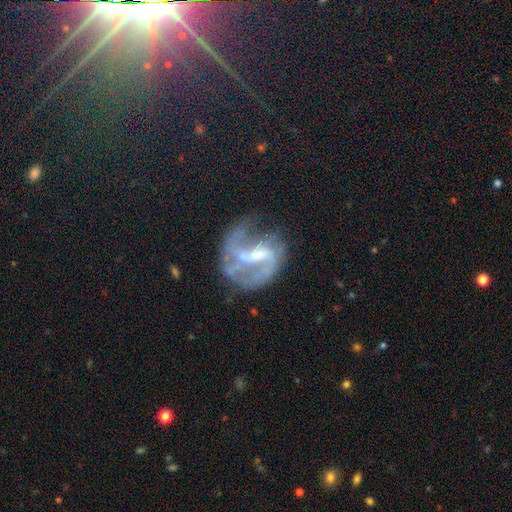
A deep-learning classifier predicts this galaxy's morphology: This appears to be a featured or disk galaxy (81%) with a weak bar (51%), 2 (53%) medium (43%) spiral arms (84%) and a small central bulge (44%). Merging: none (43%).